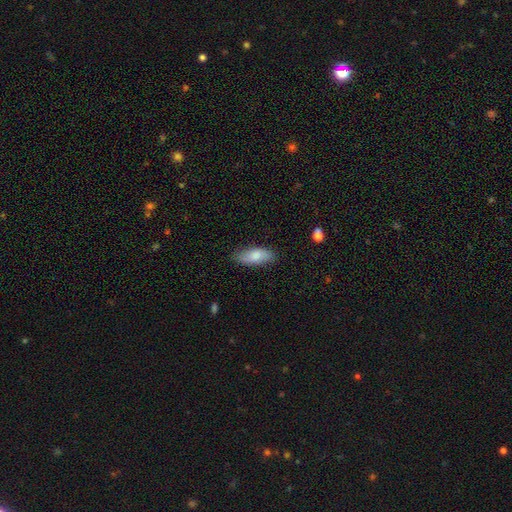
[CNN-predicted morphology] Smooth or featured? Predicted: smooth (p=0.79). How rounded? Predicted: in between (p=0.80). Merging? Predicted: none (p=0.82).